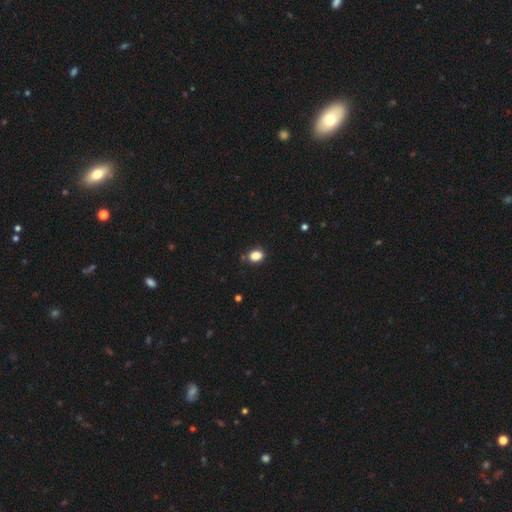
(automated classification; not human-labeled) Q: Smooth or featured?
A: smooth (86%); runner-up: star or artifact (10%)
Q: How rounded?
A: in between (71%); runner-up: round (28%)
Q: Merging?
A: none (80%); runner-up: minor disturbance (14%)